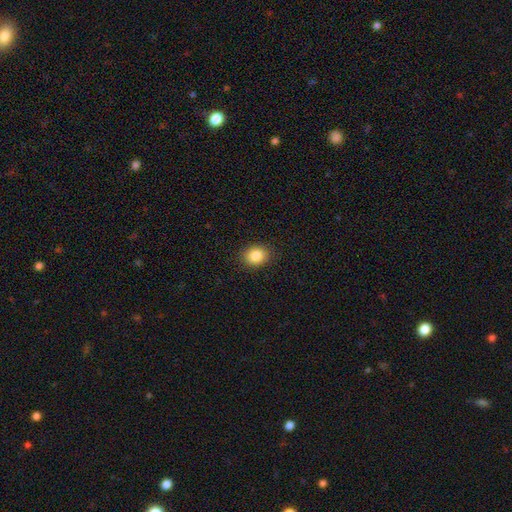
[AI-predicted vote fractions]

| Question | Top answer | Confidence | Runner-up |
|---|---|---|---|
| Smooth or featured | smooth | 86% | star or artifact (9%) |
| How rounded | round | 50% | in between (49%) |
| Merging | none | 89% | minor disturbance (8%) |